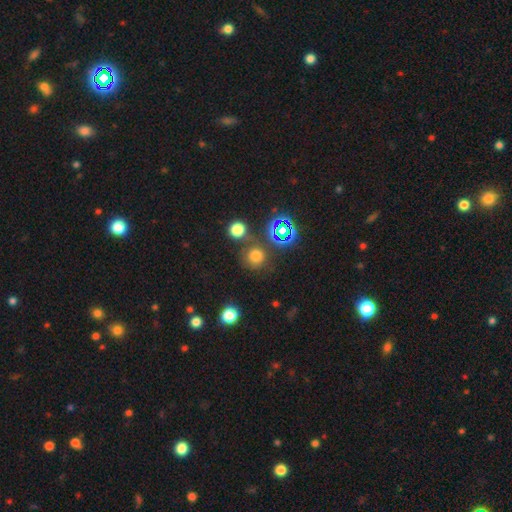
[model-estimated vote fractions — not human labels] This is likely a smooth galaxy (67%). How rounded: clearly round (91%). Merging: likely none (72%).